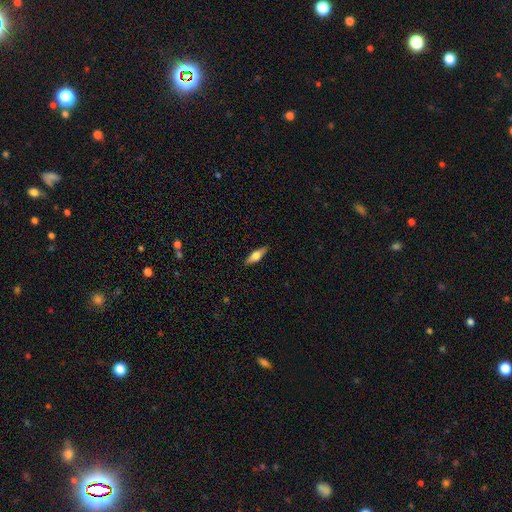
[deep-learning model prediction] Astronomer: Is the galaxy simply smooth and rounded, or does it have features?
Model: smooth — 53% (runner-up: featured or disk, 41%).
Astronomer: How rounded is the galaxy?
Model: in between — 49% (runner-up: cigar-shaped, 48%).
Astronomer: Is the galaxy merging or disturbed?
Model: none — 88%.